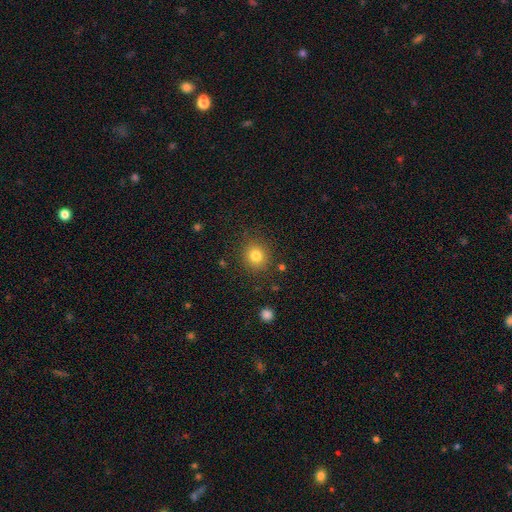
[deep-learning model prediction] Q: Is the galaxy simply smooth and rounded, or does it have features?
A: smooth — 80%.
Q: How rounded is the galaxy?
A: round — 86%.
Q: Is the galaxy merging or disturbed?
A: none — 87%.